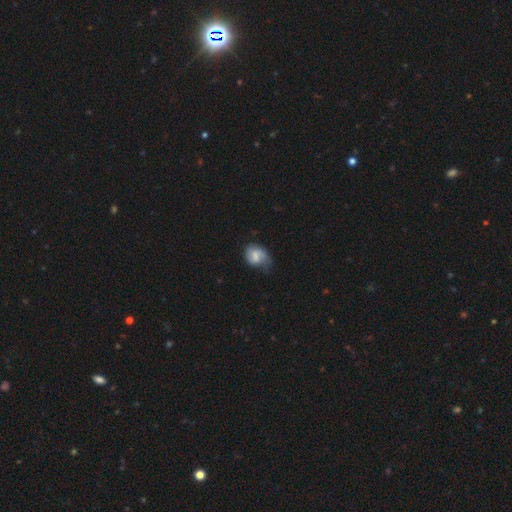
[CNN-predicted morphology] smooth 51%, featured or disk 41%, star or artifact 8%. Down the decision tree: how rounded — in between (59%); merging — none (41%).